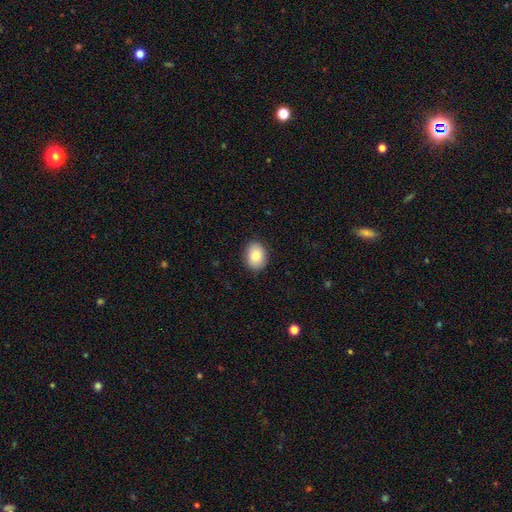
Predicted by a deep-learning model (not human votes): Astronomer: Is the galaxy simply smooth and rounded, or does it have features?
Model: smooth — 86%.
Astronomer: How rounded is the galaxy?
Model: in between — 63%.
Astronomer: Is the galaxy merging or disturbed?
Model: none — 89%.